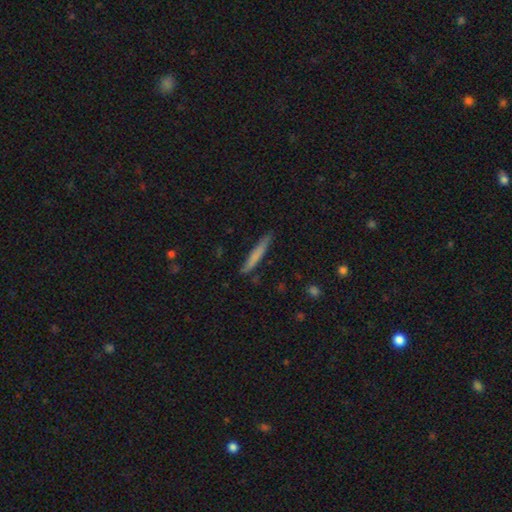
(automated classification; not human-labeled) Q: Smooth or featured?
A: smooth (69%); runner-up: featured or disk (25%)
Q: How rounded?
A: cigar-shaped (96%); runner-up: in between (3%)
Q: Merging?
A: none (84%); runner-up: minor disturbance (13%)